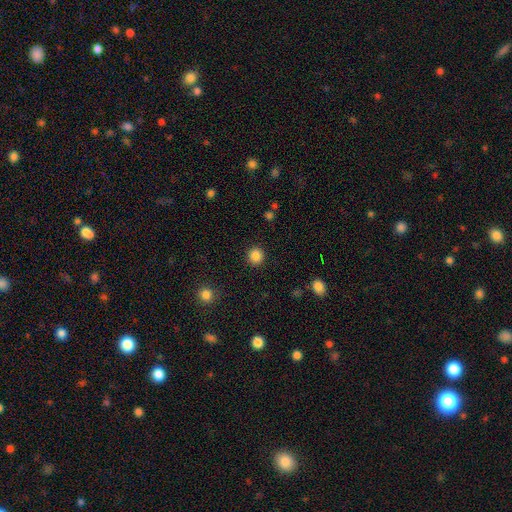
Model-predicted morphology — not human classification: Overall: smooth (86%). How rounded: round (92%). Merging: none (91%).